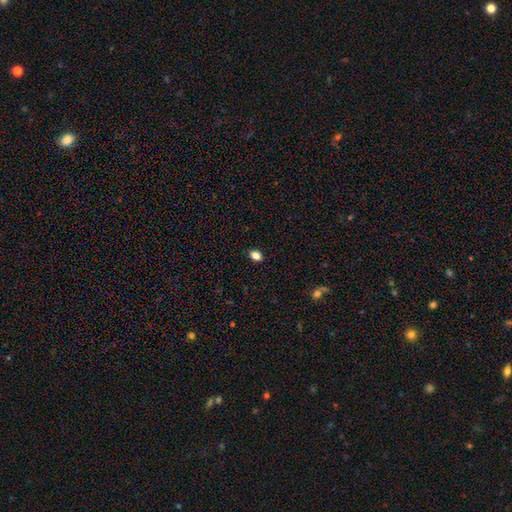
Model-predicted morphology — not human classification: smooth-or-featured: smooth: 84% | star or artifact: 11% | featured or disk: 5%
  how-rounded: in between: 79% | round: 20% | cigar-shaped: 2%
  merging: none: 89% | minor disturbance: 8% | major disturbance: 2% | merger: 1%